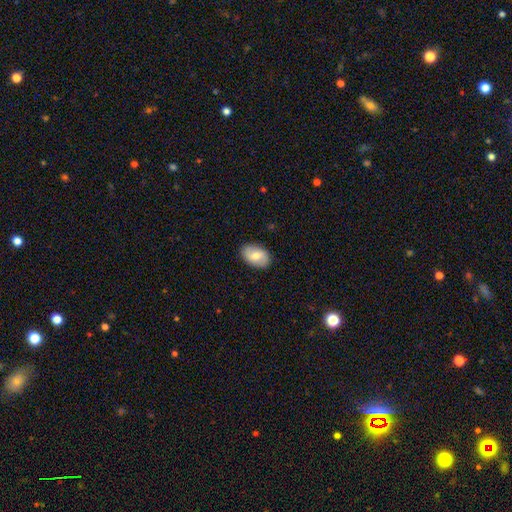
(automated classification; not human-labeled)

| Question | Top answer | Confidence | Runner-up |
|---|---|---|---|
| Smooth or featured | smooth | 64% | featured or disk (30%) |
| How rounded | in between | 88% | round (10%) |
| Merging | none | 87% | minor disturbance (10%) |